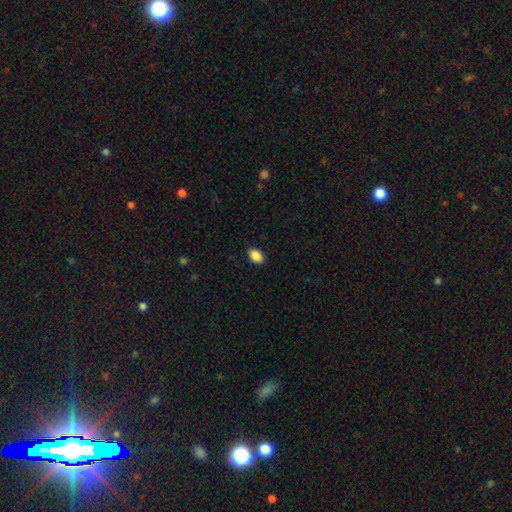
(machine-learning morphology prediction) Smooth or featured?
  - smooth: 89% *
  - star or artifact: 8%
  - featured or disk: 4%
How rounded?
  - in between: 87% *
  - round: 12%
  - cigar-shaped: 1%
Merging?
  - none: 90% *
  - minor disturbance: 8%
  - major disturbance: 2%
  - merger: 1%